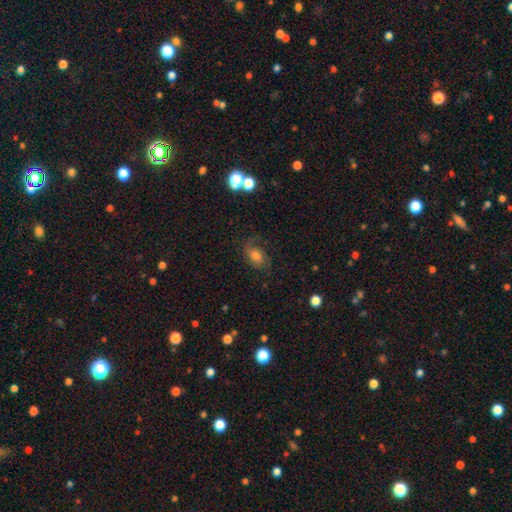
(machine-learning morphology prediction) Smooth or featured: featured or disk — 50% (smooth — 36%)
Edge-on disk: no — 95% (yes — 5%)
Merging: none — 65% (minor disturbance — 20%)